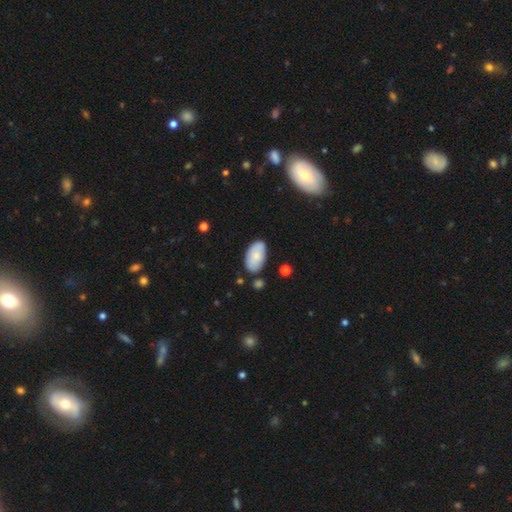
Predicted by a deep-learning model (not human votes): Smooth or featured? Predicted: smooth (p=0.78). How rounded? Predicted: in between (p=0.95). Merging? Predicted: none (p=0.73).